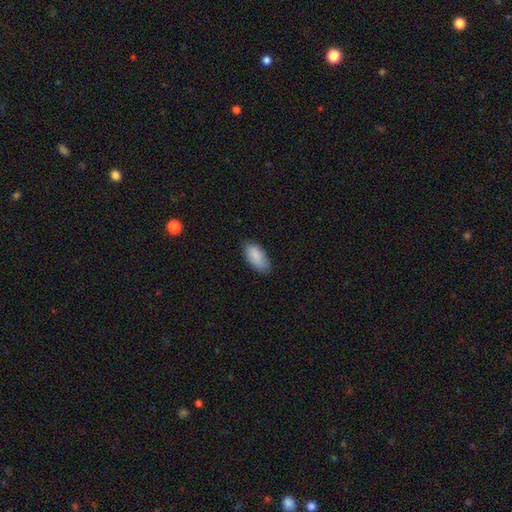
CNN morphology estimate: Overall: smooth (88%). How rounded: in between (92%). Merging: none (73%).